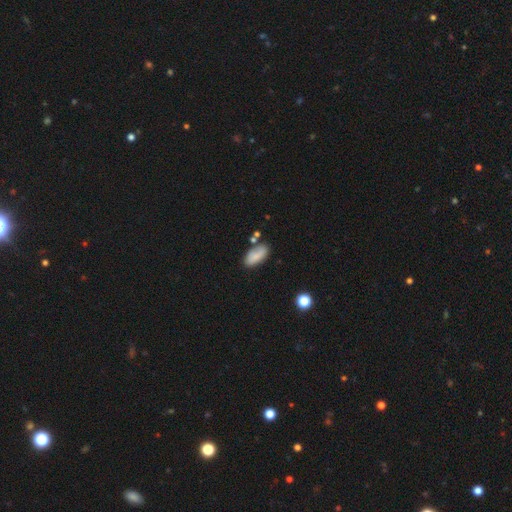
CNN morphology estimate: Smooth or featured? smooth (81%)
How rounded? in between (88%)
Merging? none (69%)